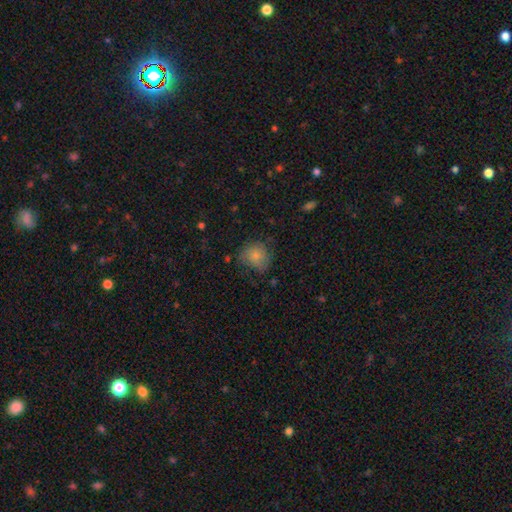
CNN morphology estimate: smooth 79%, featured or disk 11%, star or artifact 9%. Down the decision tree: how rounded — round (78%); merging — none (60%).